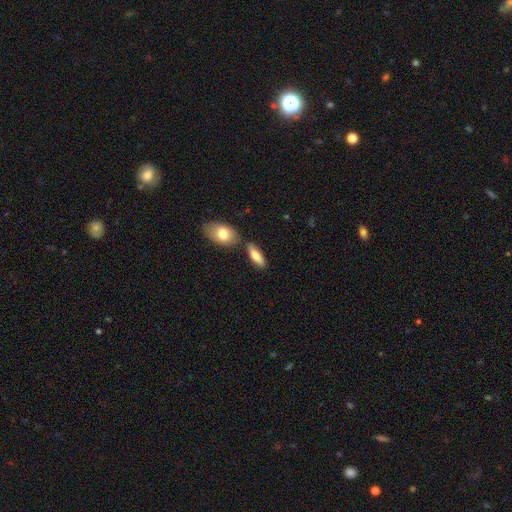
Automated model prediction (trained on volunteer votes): Smooth or featured?
  - smooth: 75% *
  - featured or disk: 19%
  - star or artifact: 6%
How rounded?
  - in between: 65% *
  - cigar-shaped: 33%
  - round: 3%
Merging?
  - none: 69% *
  - merger: 16%
  - minor disturbance: 12%
  - major disturbance: 3%